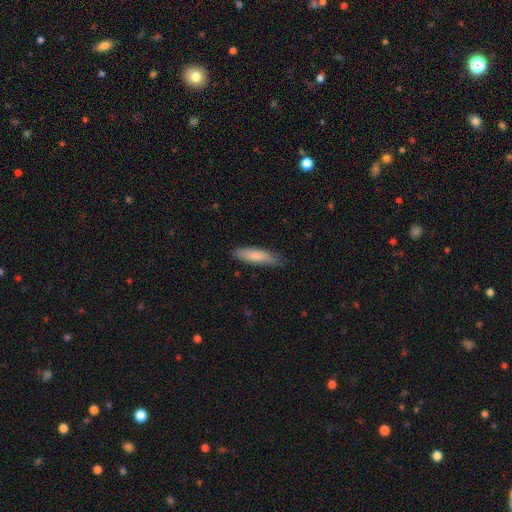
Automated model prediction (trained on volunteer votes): Smooth or featured: smooth — 79% (featured or disk — 16%)
How rounded: cigar-shaped — 63% (in between — 36%)
Merging: none — 73% (minor disturbance — 22%)